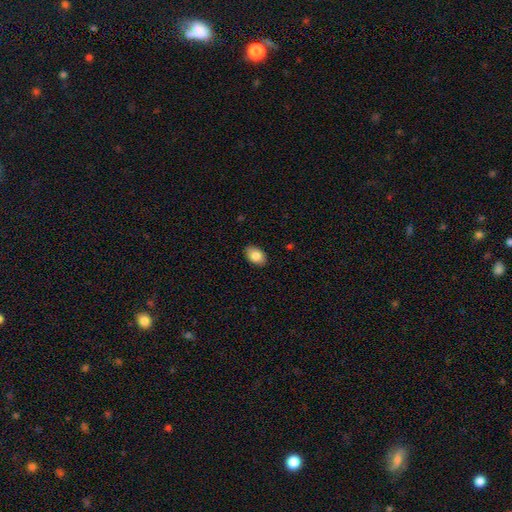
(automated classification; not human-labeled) Morphology: type=smooth (86%); roundness=in between (86%); merging=none (87%).